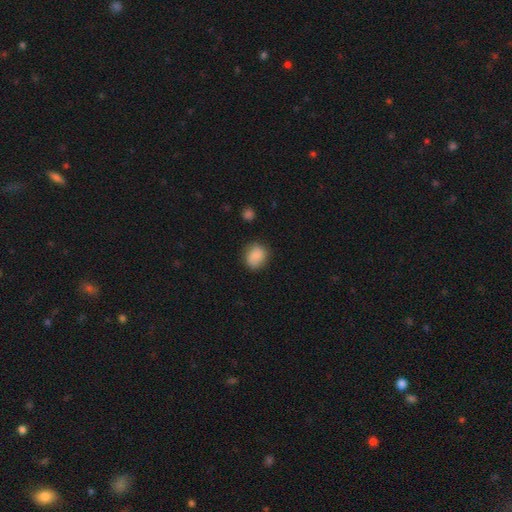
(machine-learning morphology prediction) Q: Smooth or featured?
A: smooth (84%); runner-up: star or artifact (8%)
Q: How rounded?
A: round (68%); runner-up: in between (31%)
Q: Merging?
A: none (76%); runner-up: minor disturbance (18%)